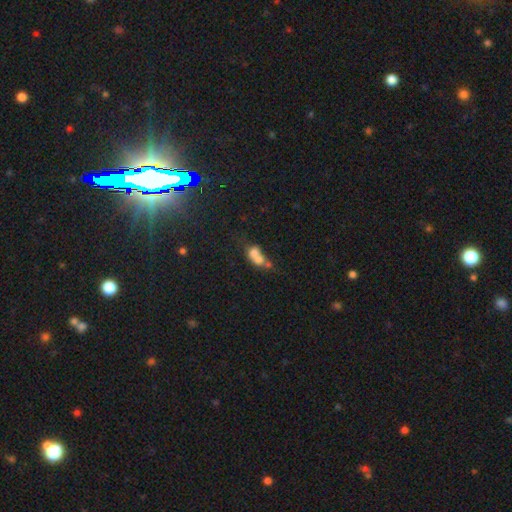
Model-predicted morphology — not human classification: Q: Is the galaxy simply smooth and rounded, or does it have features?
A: smooth — 61%.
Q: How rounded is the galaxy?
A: in between — 49%.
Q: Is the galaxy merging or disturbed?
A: merger — 68%.